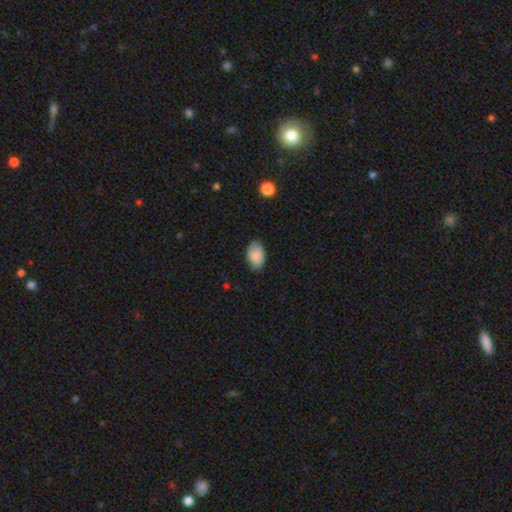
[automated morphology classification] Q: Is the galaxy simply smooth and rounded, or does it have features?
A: smooth — 87%.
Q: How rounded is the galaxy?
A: in between — 91%.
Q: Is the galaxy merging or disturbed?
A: none — 81%.